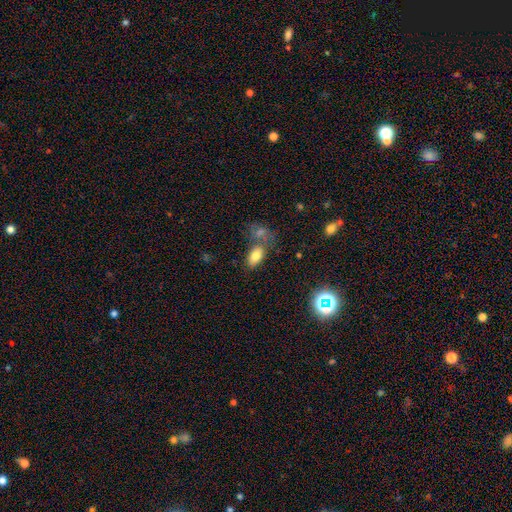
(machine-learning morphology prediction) This is likely a smooth galaxy (79%). How rounded: clearly in between (92%). Merging: possibly none (54%).